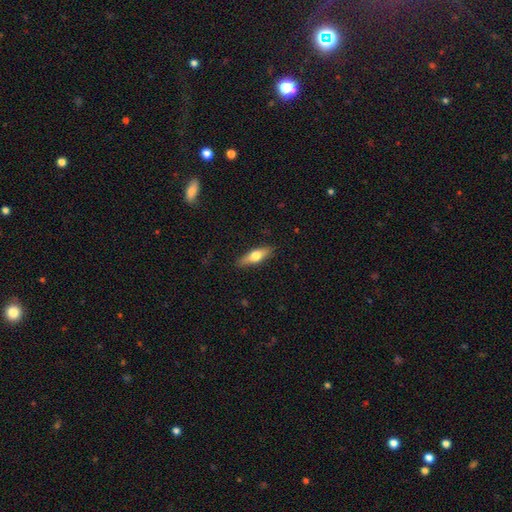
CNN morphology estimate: smooth 57%, featured or disk 37%, star or artifact 6%. Down the decision tree: how rounded — cigar-shaped (50%); merging — none (87%).